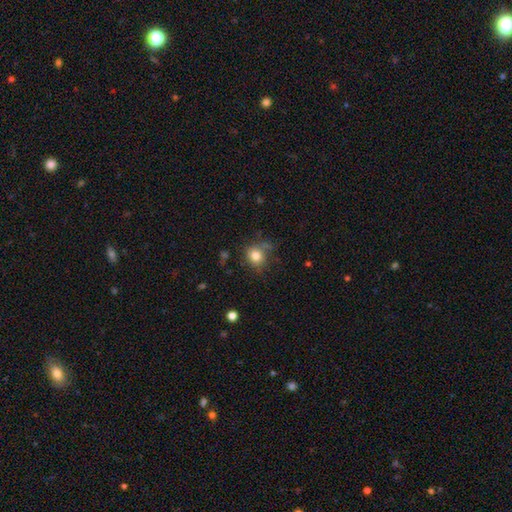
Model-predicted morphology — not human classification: Overall: smooth (80%). How rounded: round (78%). Merging: none (68%).